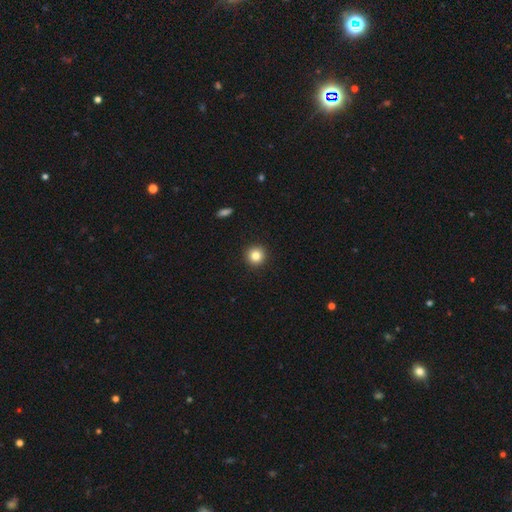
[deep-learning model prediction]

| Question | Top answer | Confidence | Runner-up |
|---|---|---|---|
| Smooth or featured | smooth | 83% | star or artifact (11%) |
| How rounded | round | 95% | in between (4%) |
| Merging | none | 93% | minor disturbance (4%) |